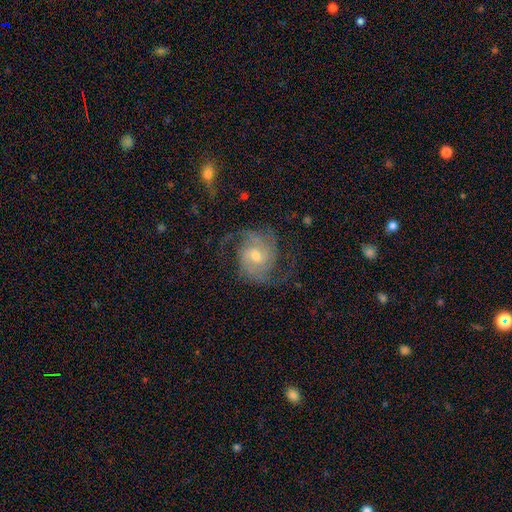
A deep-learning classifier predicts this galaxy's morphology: type=featured or disk (88%); edge-on=no (98%); bar=no (51%); spiral arms=yes (97%); winding=medium (49%); arm count=2 (57%); bulge=moderate (57%); merging=none (69%).